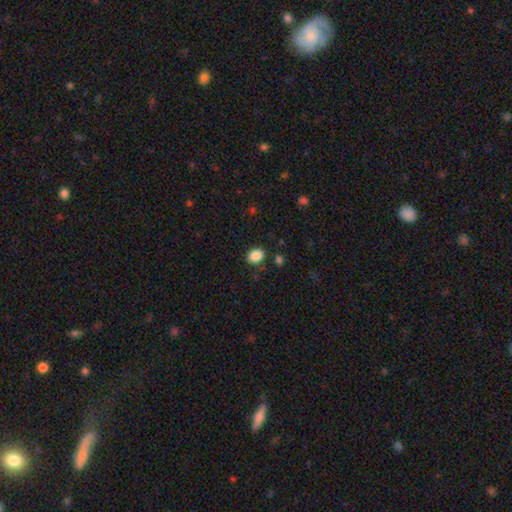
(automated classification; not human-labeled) A smooth galaxy with no disk features (87%) that is in between round and cigar-shaped (60%).

Vote fractions:
- Smooth or featured? smooth: 87% / star or artifact: 9% / featured or disk: 4%
- How rounded? in between: 60% / round: 40% / cigar-shaped: 1%
- Merging? none: 85% / minor disturbance: 10% / major disturbance: 3% / merger: 3%